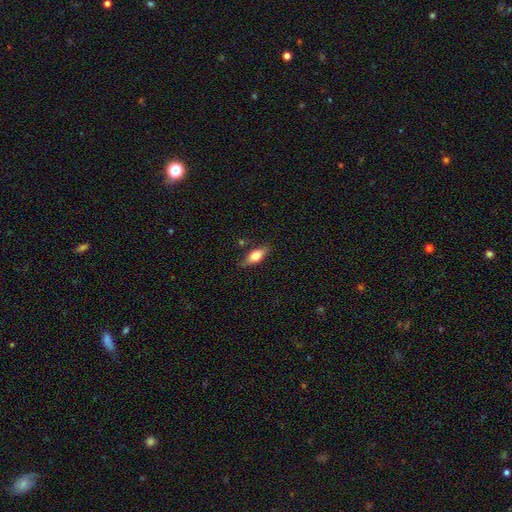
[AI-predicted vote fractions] Overall: smooth (61%; featured or disk 32%). How rounded: in between (73%). Merging: none (79%).